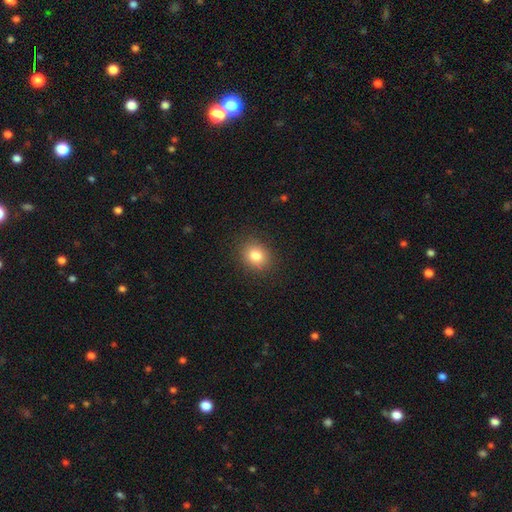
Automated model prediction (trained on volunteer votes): Overall: smooth (82%). How rounded: round (61%; in between 38%). Merging: none (88%).